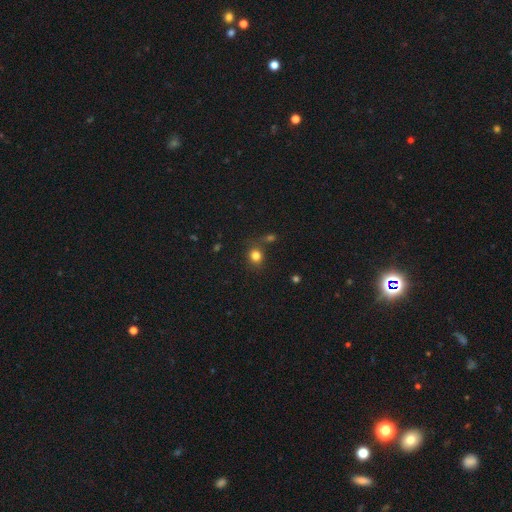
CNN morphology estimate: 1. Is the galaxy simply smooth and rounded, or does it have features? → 81% smooth, 13% star or artifact, 6% featured or disk.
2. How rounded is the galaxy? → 75% round, 24% in between, 1% cigar-shaped.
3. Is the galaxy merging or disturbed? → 71% none, 13% minor disturbance, 11% merger, 5% major disturbance.